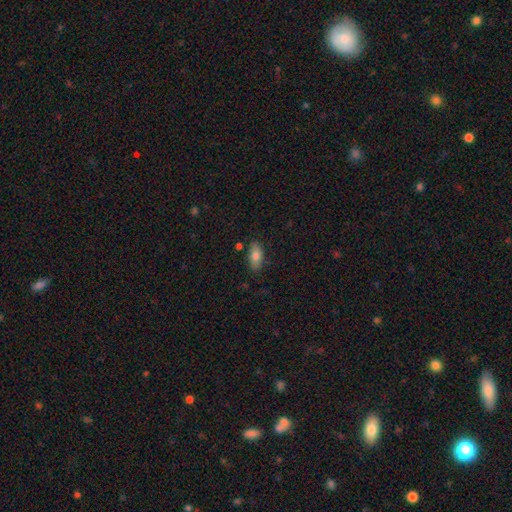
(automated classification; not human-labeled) A smooth galaxy with no disk features (77%) that is in between round and cigar-shaped (86%).

Vote fractions:
- Smooth or featured? smooth: 77% / featured or disk: 16% / star or artifact: 7%
- How rounded? in between: 86% / cigar-shaped: 11% / round: 3%
- Merging? none: 81% / minor disturbance: 14% / merger: 3% / major disturbance: 3%